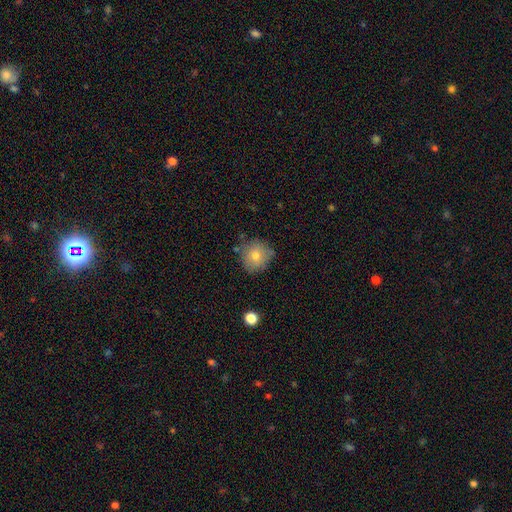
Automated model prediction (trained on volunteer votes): Overall: smooth (74%). How rounded: round (90%). Merging: none (77%).